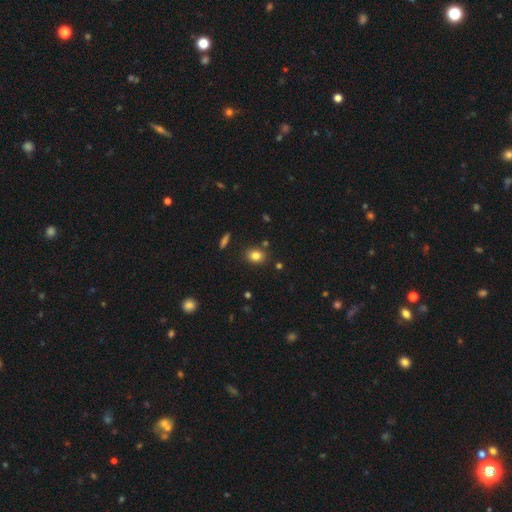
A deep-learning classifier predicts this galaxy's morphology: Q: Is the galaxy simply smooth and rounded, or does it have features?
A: smooth — 81%.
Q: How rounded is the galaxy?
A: in between — 50%.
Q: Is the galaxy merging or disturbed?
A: none — 83%.